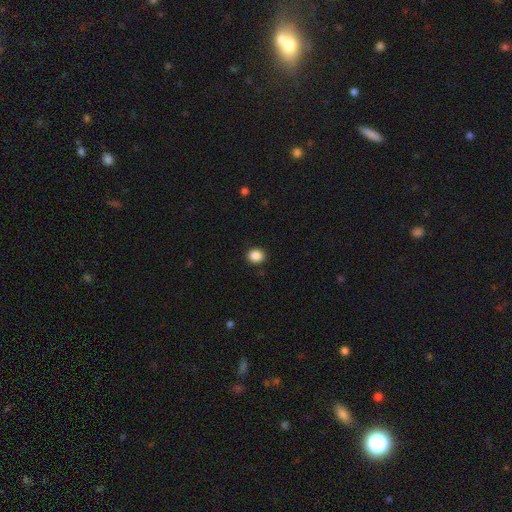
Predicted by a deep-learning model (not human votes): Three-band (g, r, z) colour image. It shows a smooth galaxy with no disk features (88%) that is round (66%). Merging: none (89%).